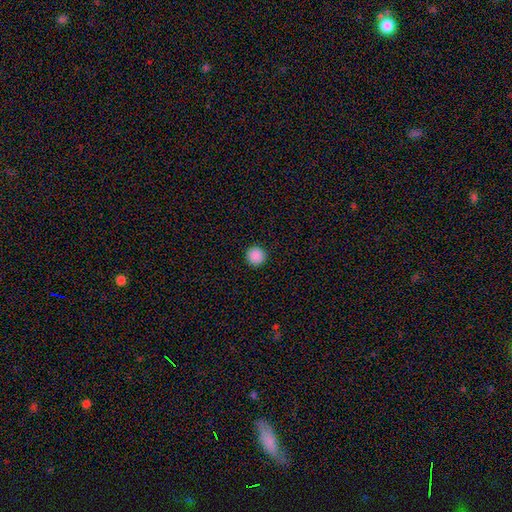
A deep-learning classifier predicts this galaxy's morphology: Smooth or featured?
  - smooth: 89% *
  - star or artifact: 9%
  - featured or disk: 2%
How rounded?
  - round: 95% *
  - in between: 4%
  - cigar-shaped: 1%
Merging?
  - none: 93% *
  - minor disturbance: 4%
  - major disturbance: 2%
  - merger: 1%